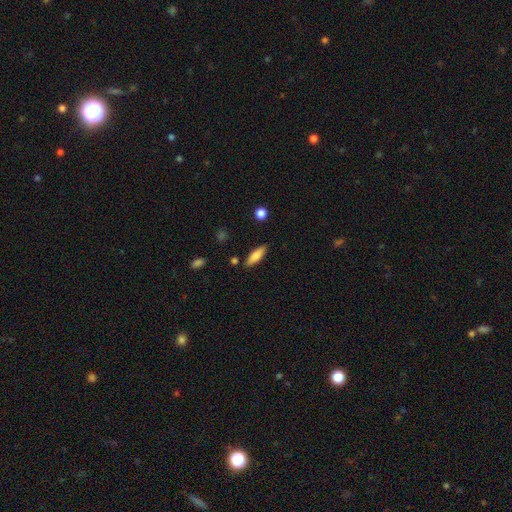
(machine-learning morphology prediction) Smooth or featured? Predicted: smooth (p=0.76). How rounded? Predicted: cigar-shaped (p=0.50). Merging? Predicted: none (p=0.85).